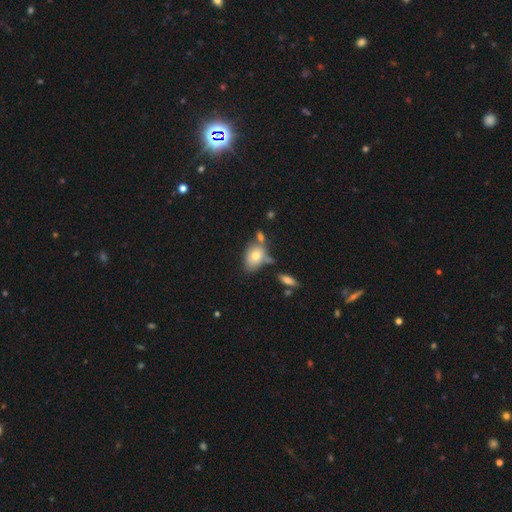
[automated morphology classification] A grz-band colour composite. It shows a smooth galaxy with no disk features (73%) that is in between round and cigar-shaped (81%). Merging: none (50%).